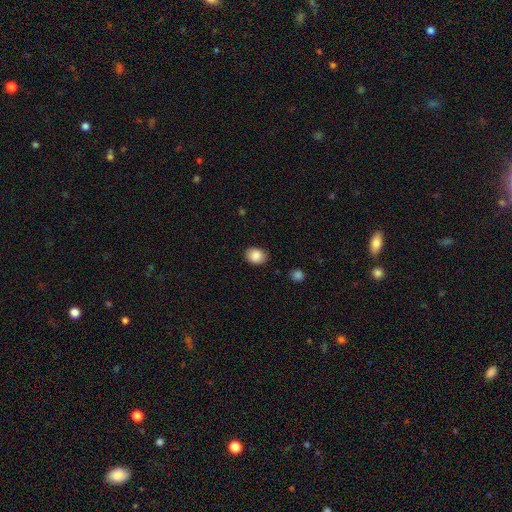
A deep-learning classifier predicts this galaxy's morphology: This appears to be a smooth galaxy with no disk features (87%) that is in between round and cigar-shaped (51%). Merging: none (83%).